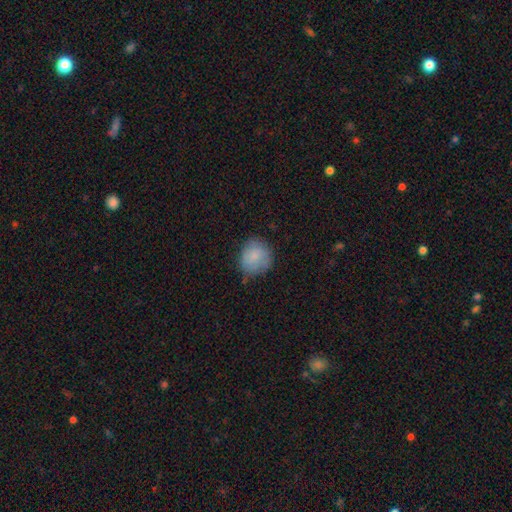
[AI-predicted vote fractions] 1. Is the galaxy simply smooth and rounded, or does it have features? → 81% smooth, 11% featured or disk, 8% star or artifact.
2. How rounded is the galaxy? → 83% round, 16% in between, 1% cigar-shaped.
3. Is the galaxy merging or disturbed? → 67% none, 25% minor disturbance, 6% major disturbance, 2% merger.